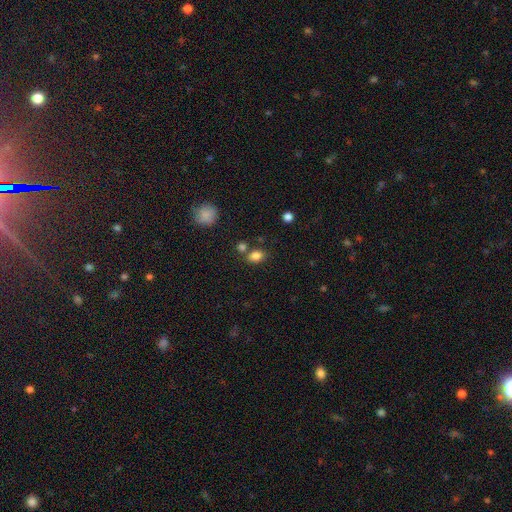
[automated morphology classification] This appears to be a smooth galaxy with no disk features (82%) that is in between round and cigar-shaped (65%). Merging: none (66%).